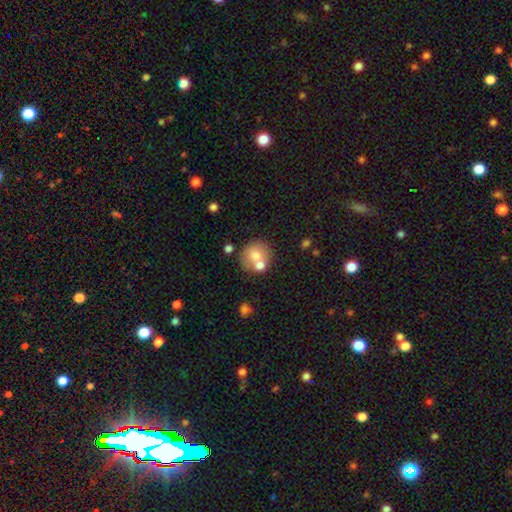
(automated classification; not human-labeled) Morphology: type=smooth (70%); roundness=round (84%); merging=none (56%).